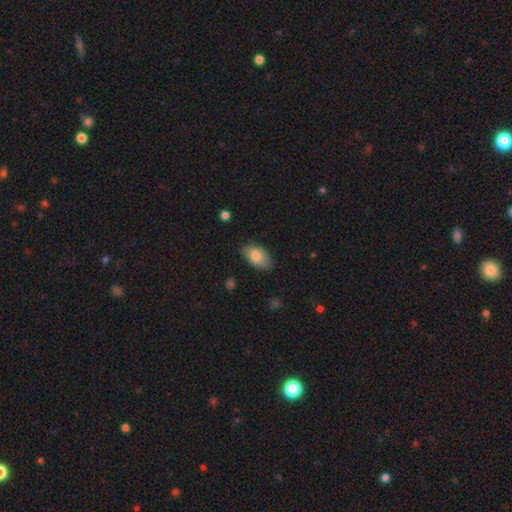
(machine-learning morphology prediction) Smooth or featured: smooth — 80% (featured or disk — 13%)
How rounded: in between — 93% (round — 5%)
Merging: none — 78% (minor disturbance — 18%)